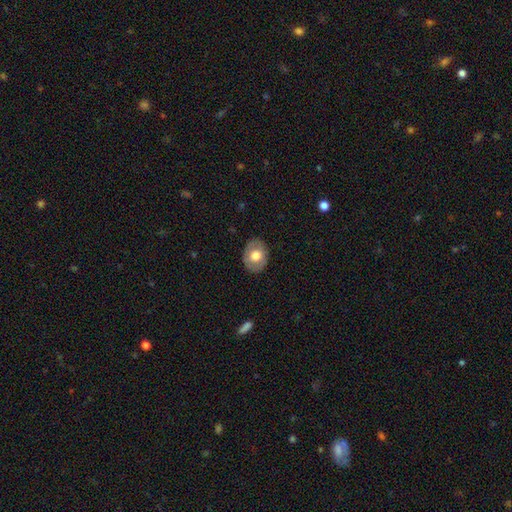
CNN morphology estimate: A smooth galaxy with no disk features (62%) that is in between round and cigar-shaped (60%). Merging: none (84%).